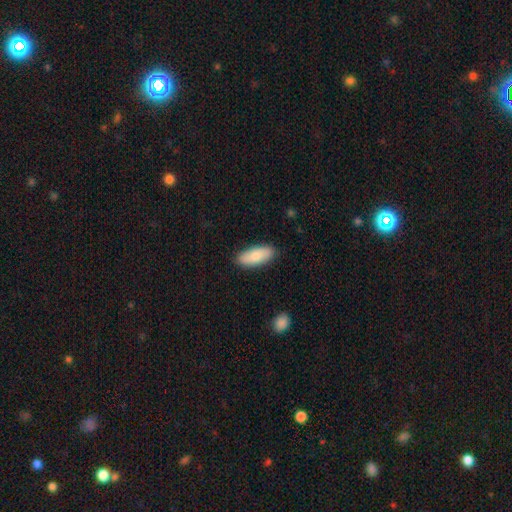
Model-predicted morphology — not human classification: smooth_or_featured: smooth (p=0.81) [alt: featured or disk p=0.13]
how_rounded: in between (p=0.80) [alt: cigar-shaped p=0.18]
merging: none (p=0.87) [alt: minor disturbance p=0.10]